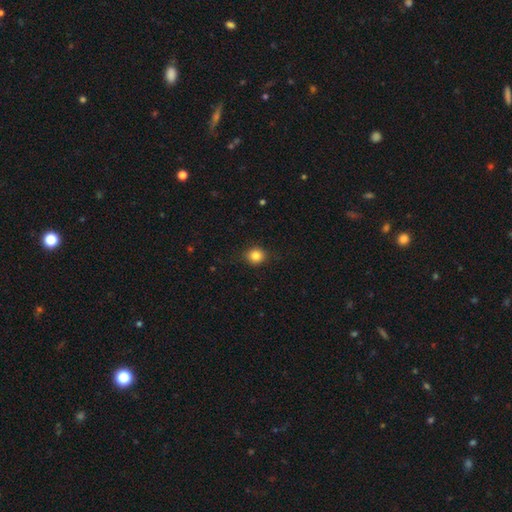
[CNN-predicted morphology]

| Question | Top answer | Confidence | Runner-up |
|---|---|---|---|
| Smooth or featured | smooth | 84% | star or artifact (11%) |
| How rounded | round | 83% | in between (16%) |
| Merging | none | 89% | minor disturbance (8%) |